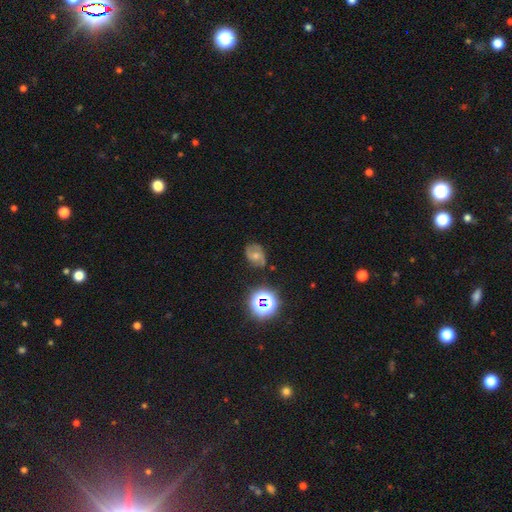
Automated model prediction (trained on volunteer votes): featured or disk 41%, star or artifact 33%, smooth 26%. Down the decision tree: merging — none (79%).